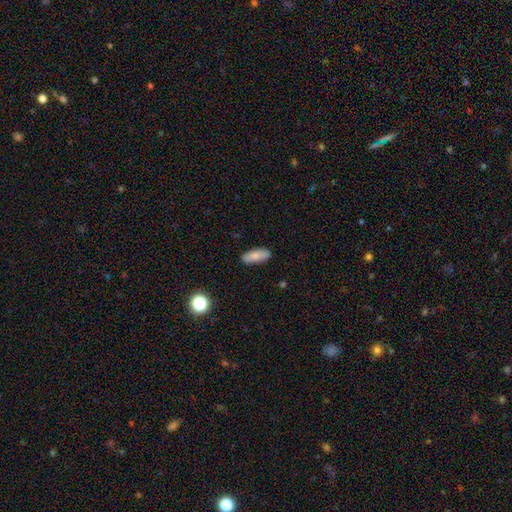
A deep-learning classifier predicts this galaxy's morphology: Q: Smooth or featured?
A: smooth (82%); runner-up: featured or disk (11%)
Q: How rounded?
A: in between (69%); runner-up: cigar-shaped (28%)
Q: Merging?
A: none (88%); runner-up: minor disturbance (9%)